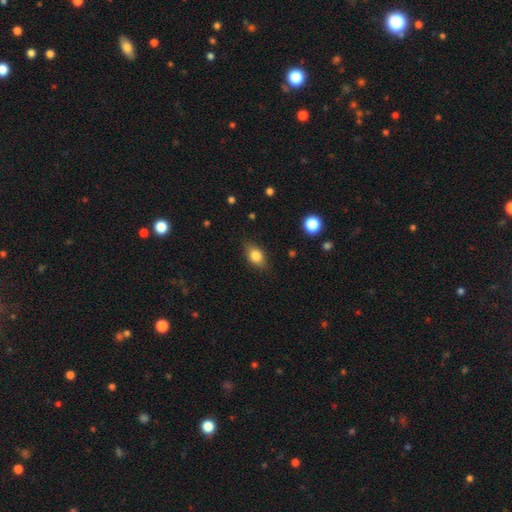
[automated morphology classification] This is clearly a smooth galaxy (81%). How rounded: clearly in between (81%). Merging: clearly none (82%).